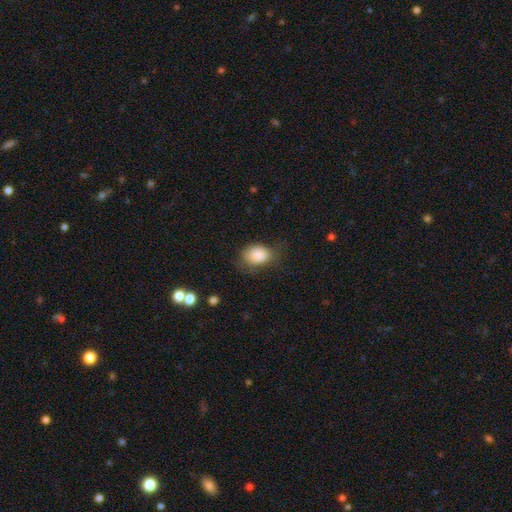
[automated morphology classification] type=smooth (85%); roundness=in between (68%); merging=none (54%).